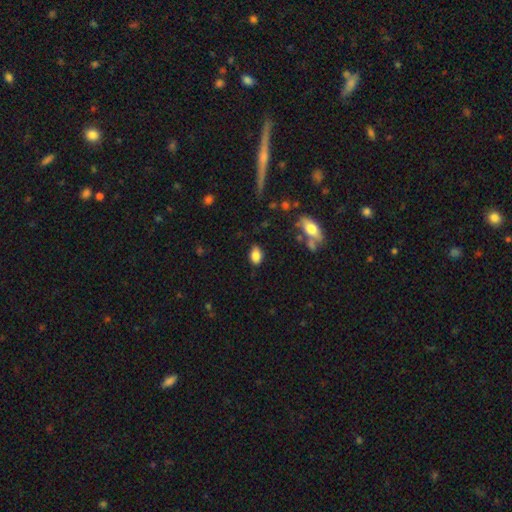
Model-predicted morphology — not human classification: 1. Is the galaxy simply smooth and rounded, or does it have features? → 84% smooth, 9% star or artifact, 8% featured or disk.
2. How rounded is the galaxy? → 85% in between, 12% round, 2% cigar-shaped.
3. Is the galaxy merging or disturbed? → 80% none, 15% minor disturbance, 3% major disturbance, 2% merger.